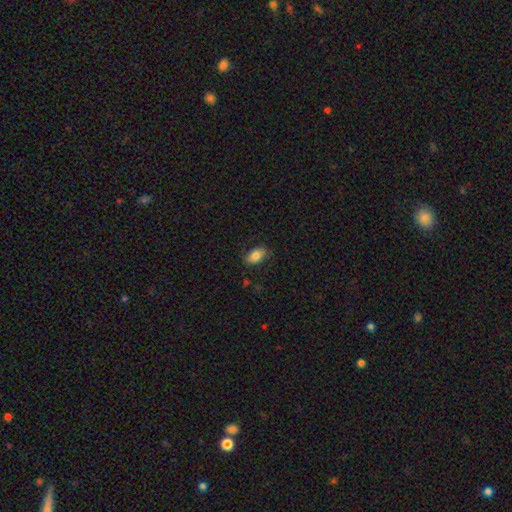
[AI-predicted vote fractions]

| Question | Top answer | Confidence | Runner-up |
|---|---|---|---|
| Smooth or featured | smooth | 80% | featured or disk (12%) |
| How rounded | in between | 90% | round (8%) |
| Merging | none | 78% | minor disturbance (16%) |